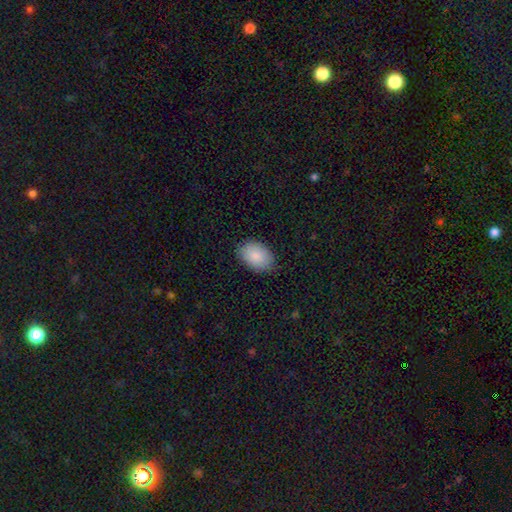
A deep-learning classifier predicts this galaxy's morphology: A smooth galaxy with no disk features (88%) that is in between round and cigar-shaped (86%). Merging: none (85%).